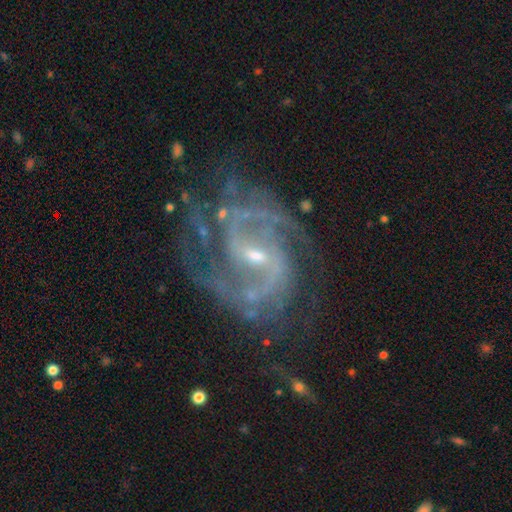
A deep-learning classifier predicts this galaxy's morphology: Smooth or featured: featured or disk — 91% (star or artifact — 7%)
Edge-on disk: no — 98% (yes — 2%)
Bar: weak — 52% (no — 25%)
Spiral arms: yes — 98% (no — 2%)
Spiral winding: medium — 53% (tight — 30%)
Spiral arm count: 2 — 61% (can't tell — 12%)
Bulge size: small — 67% (moderate — 29%)
Merging: none — 66% (minor disturbance — 19%)